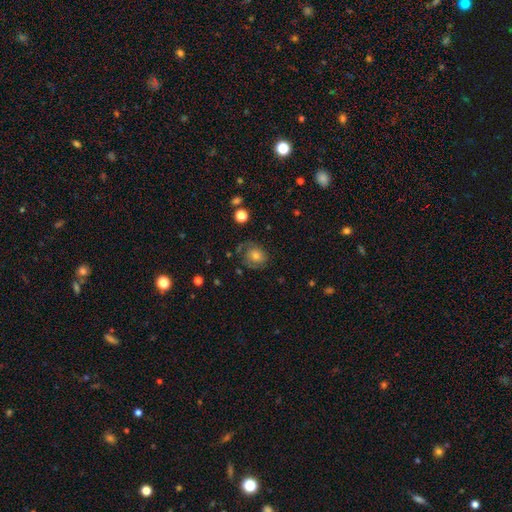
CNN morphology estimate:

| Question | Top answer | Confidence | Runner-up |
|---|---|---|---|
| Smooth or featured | featured or disk | 49% | smooth (38%) |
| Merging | none | 64% | minor disturbance (20%) |